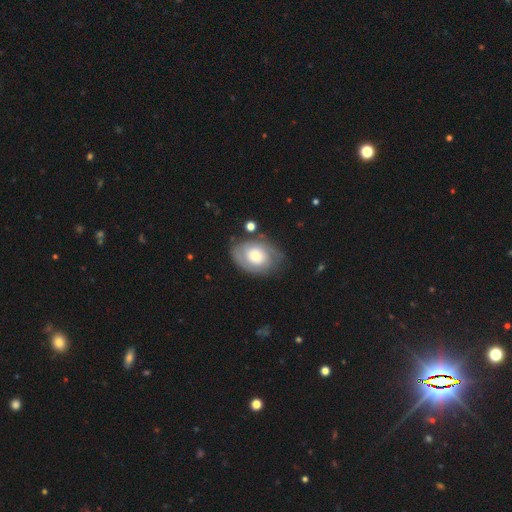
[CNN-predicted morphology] This is possibly a featured or disk galaxy (58%). It is clearly not viewed edge-on (95%). Bar: clearly no (84%). Spiral arm pattern: possibly yes (60%). Central bulge: possibly moderate (56%). Merging: likely none (68%).